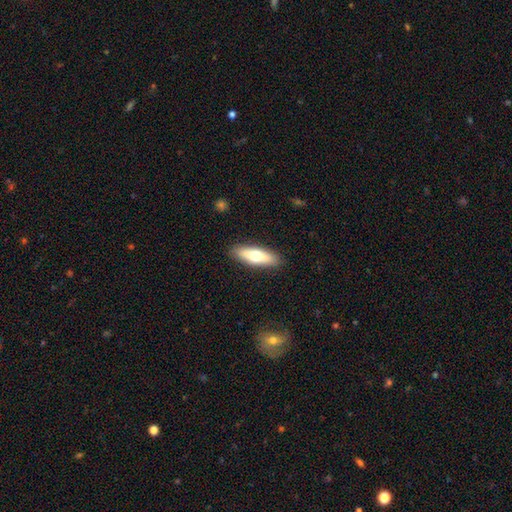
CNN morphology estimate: Smooth or featured? smooth (63%)
How rounded? cigar-shaped (51%)
Merging? none (89%)